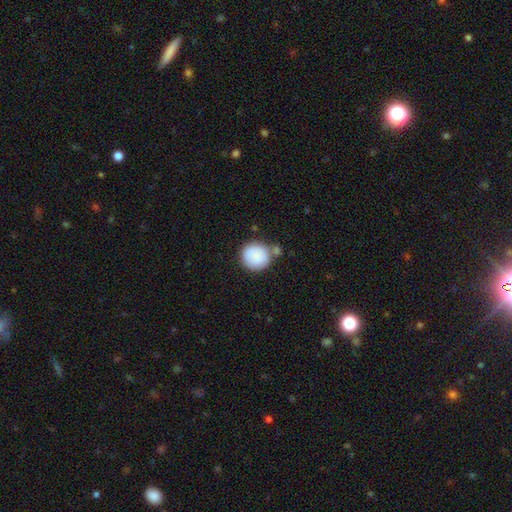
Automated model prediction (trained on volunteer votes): This is clearly a smooth galaxy (86%). How rounded: clearly round (88%). Merging: possibly none (58%).